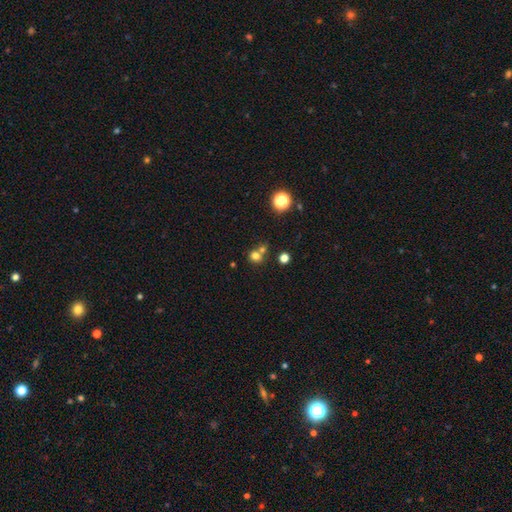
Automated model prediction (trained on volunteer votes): This is likely a smooth galaxy (73%). How rounded: clearly round (82%). Merging: possibly none (50%).